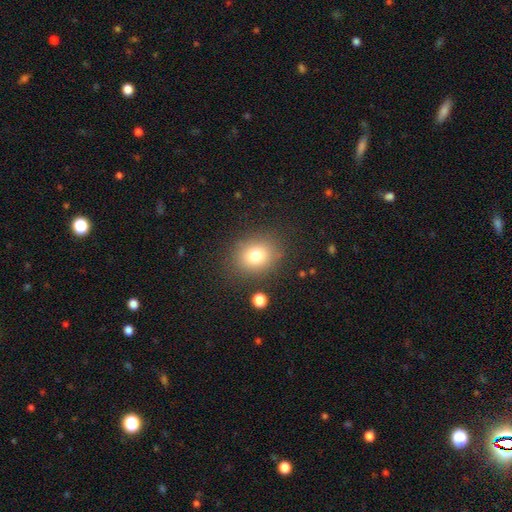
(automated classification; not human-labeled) Smooth or featured? smooth (76%)
How rounded? round (63%)
Merging? none (83%)